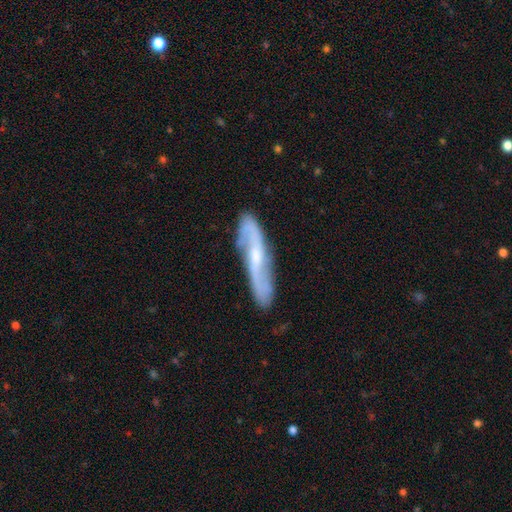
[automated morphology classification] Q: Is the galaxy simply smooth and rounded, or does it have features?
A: featured or disk — 77%.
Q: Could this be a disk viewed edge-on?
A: no — 75%.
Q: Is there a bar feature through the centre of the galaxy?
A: weak — 43%.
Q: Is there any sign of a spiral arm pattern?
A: yes — 94%.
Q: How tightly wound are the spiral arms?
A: loose — 47%.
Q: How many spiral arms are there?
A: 2 — 86%.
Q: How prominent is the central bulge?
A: small — 53%.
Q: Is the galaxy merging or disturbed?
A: none — 81%.